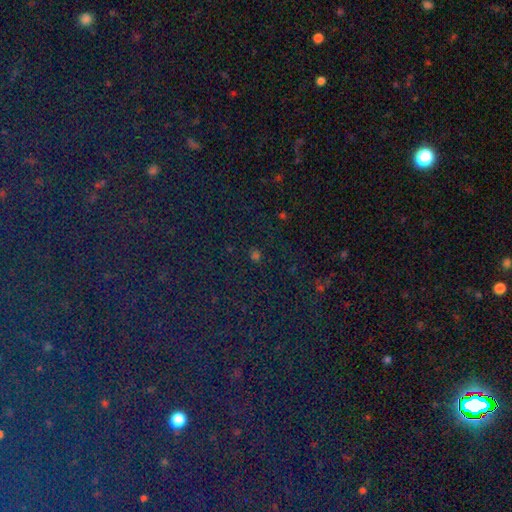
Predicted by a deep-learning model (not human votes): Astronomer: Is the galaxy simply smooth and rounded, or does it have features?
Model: star or artifact — 58% (runner-up: smooth, 35%).